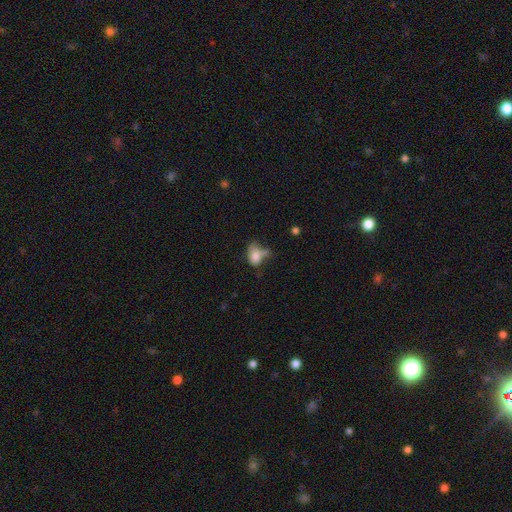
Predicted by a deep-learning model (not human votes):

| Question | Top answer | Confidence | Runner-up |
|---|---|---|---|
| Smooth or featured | smooth | 75% | featured or disk (15%) |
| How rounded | in between | 80% | round (19%) |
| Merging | none | 29% | minor disturbance (28%) |